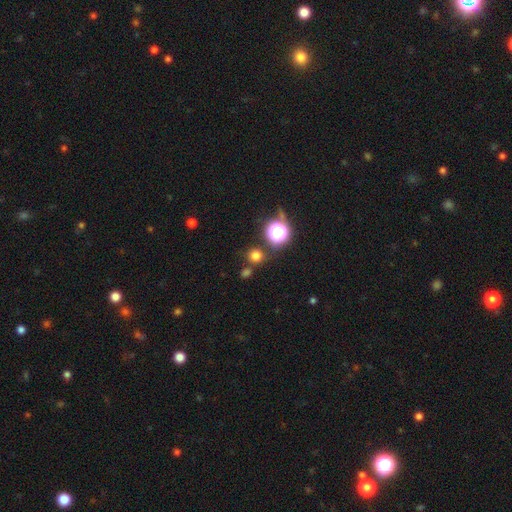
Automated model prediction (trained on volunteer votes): Q: Smooth or featured?
A: smooth (71%); runner-up: star or artifact (24%)
Q: How rounded?
A: round (90%); runner-up: in between (9%)
Q: Merging?
A: none (80%); runner-up: merger (9%)